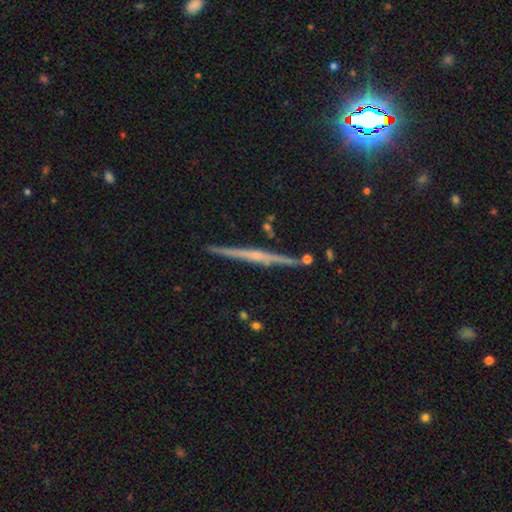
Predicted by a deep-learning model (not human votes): smooth-or-featured: featured or disk: 73% | smooth: 17% | star or artifact: 11%
  disk-edge-on: yes: 98% | no: 2%
    edge-on-bulge: rounded: 51% | none: 36% | boxy: 13%
  merging: none: 90% | minor disturbance: 7% | merger: 2% | major disturbance: 2%